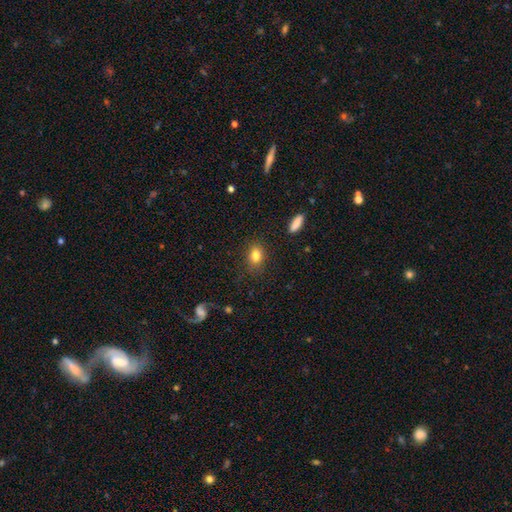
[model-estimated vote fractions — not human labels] Overall: smooth (82%). How rounded: in between (71%). Merging: none (84%).